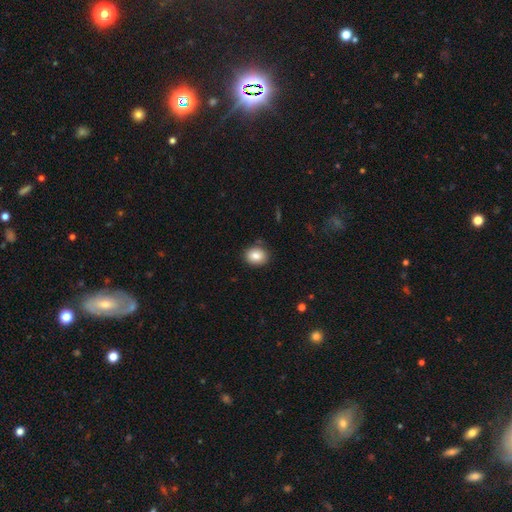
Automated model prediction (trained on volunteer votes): Smooth or featured: smooth — 85% (star or artifact — 9%)
How rounded: round — 55% (in between — 44%)
Merging: none — 85% (minor disturbance — 10%)